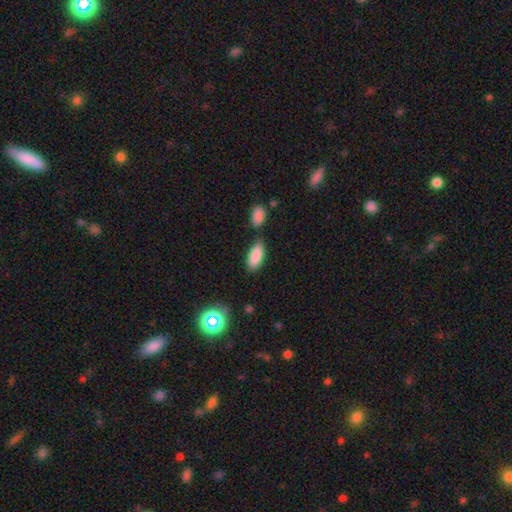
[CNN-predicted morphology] Overall: smooth (87%). How rounded: in between (82%). Merging: none (70%).